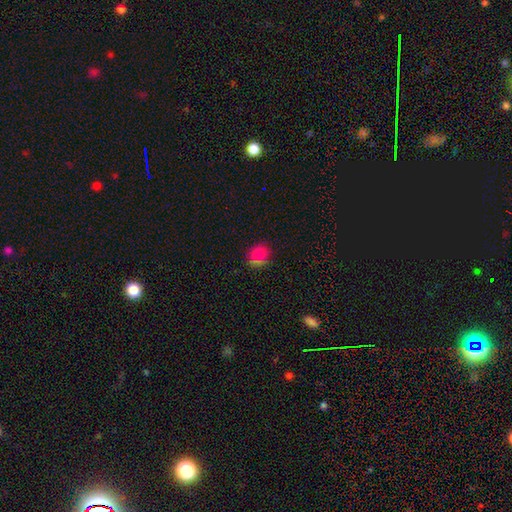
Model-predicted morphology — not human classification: This appears to be a smooth galaxy with no disk features (73%) that is round (69%). Merging: none (81%).